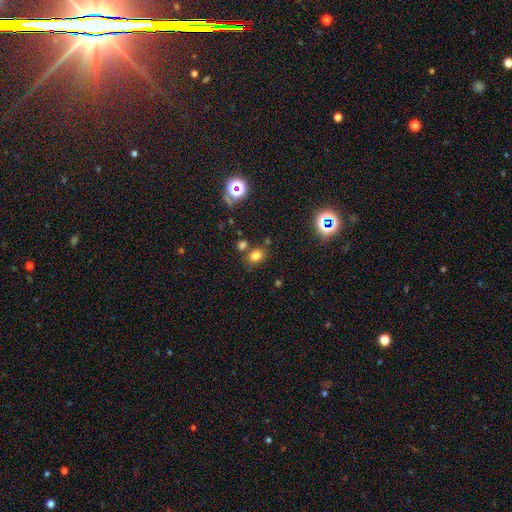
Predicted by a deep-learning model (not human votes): smooth_or_featured: smooth (p=0.75) [alt: star or artifact p=0.17]
how_rounded: round (p=0.55) [alt: in between p=0.44]
merging: none (p=0.71) [alt: merger p=0.13]